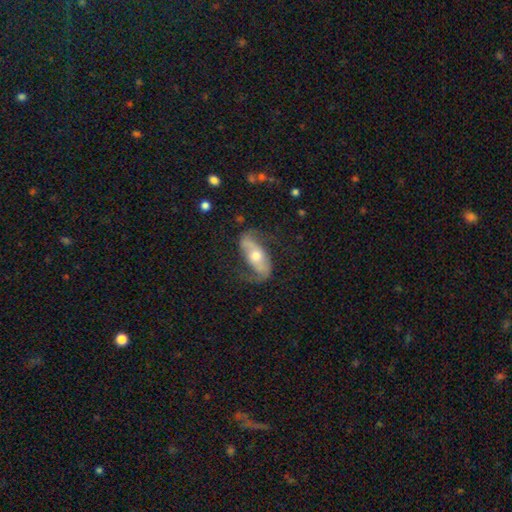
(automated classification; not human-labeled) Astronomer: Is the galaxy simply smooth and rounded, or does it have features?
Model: featured or disk — 71%.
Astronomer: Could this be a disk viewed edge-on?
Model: no — 86%.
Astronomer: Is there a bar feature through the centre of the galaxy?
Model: no — 37% (runner-up: strong, 33%).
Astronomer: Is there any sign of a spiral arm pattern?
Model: yes — 83%.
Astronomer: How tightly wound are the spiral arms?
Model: loose — 54% (runner-up: medium, 33%).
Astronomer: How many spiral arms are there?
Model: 2 — 88%.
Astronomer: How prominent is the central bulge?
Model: moderate — 68%.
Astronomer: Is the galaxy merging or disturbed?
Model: none — 63%.